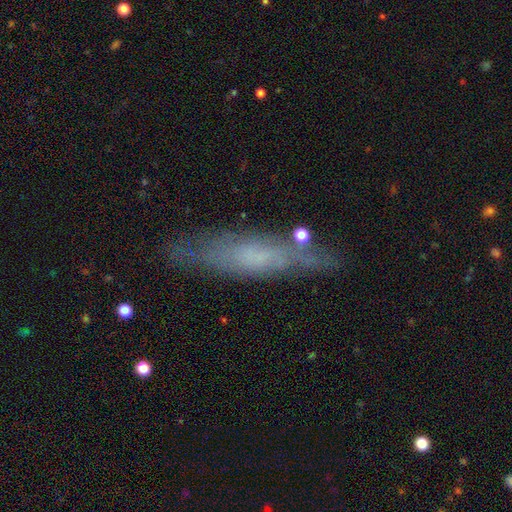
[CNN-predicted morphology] smooth-or-featured: featured or disk: 48% | smooth: 42% | star or artifact: 10%
  merging: none: 75% | minor disturbance: 17% | major disturbance: 5% | merger: 3%